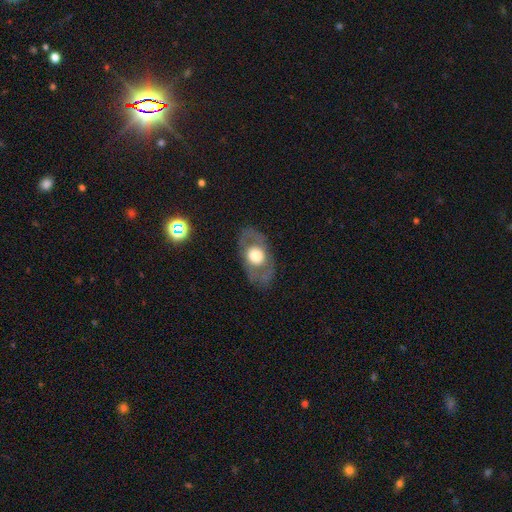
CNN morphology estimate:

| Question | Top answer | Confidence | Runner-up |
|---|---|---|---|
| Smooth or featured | featured or disk | 52% | smooth (42%) |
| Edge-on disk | no | 88% | yes (12%) |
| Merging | none | 78% | minor disturbance (12%) |